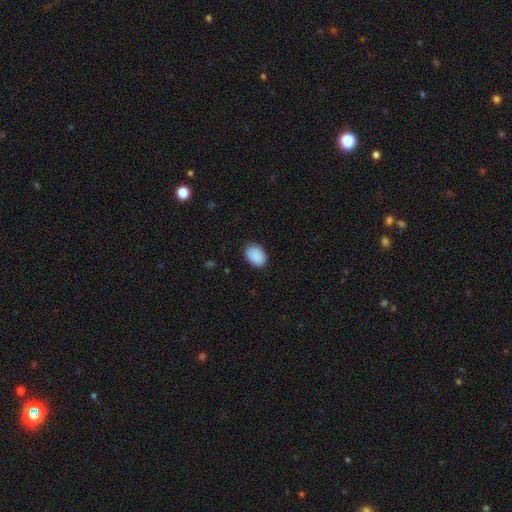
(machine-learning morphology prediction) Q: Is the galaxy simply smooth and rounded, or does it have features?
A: smooth — 91%.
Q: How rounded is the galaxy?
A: in between — 77%.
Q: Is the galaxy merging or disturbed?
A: none — 86%.